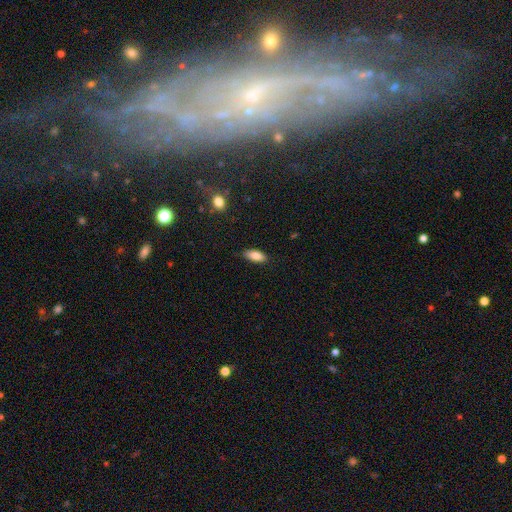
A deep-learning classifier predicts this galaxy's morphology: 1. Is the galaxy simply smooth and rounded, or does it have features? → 85% smooth, 8% featured or disk, 7% star or artifact.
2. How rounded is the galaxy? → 84% in between, 13% cigar-shaped, 2% round.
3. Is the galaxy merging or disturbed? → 84% none, 13% minor disturbance, 2% major disturbance, 1% merger.